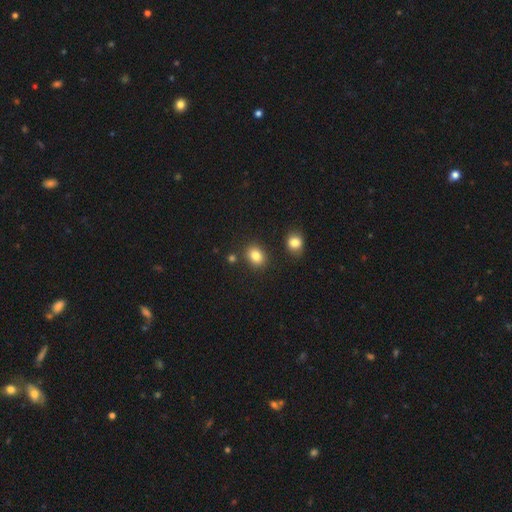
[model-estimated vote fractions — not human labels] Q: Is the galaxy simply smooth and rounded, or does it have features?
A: smooth — 83%.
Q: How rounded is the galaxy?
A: in between — 52%.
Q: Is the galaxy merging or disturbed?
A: none — 81%.